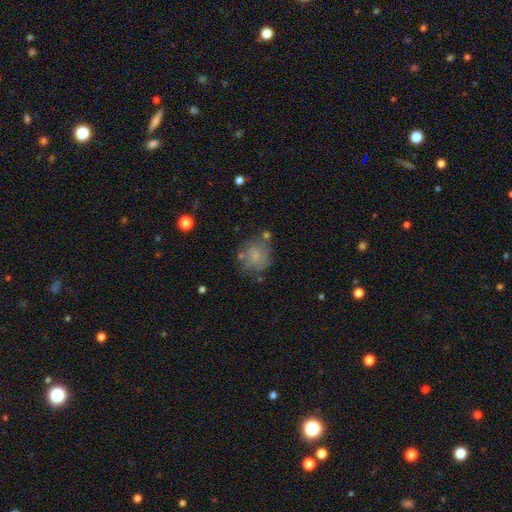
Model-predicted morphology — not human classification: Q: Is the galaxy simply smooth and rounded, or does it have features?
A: smooth — 58%.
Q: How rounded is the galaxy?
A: round — 81%.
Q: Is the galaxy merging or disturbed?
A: none — 61%.